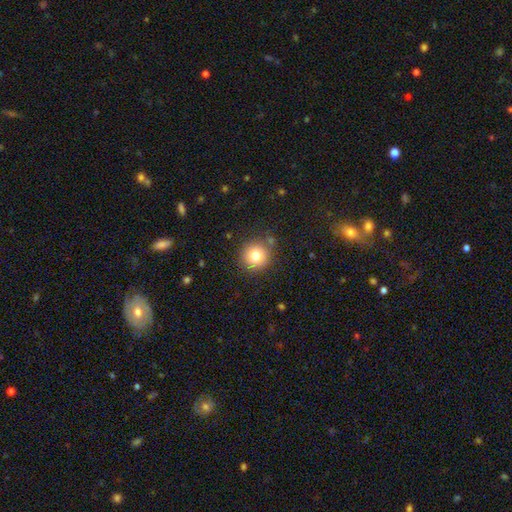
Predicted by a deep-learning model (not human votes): A smooth galaxy with no disk features (79%) that is round (93%).

Vote fractions:
- Smooth or featured? smooth: 79% / star or artifact: 12% / featured or disk: 9%
- How rounded? round: 93% / in between: 6% / cigar-shaped: 1%
- Merging? none: 84% / minor disturbance: 10% / merger: 3% / major disturbance: 3%